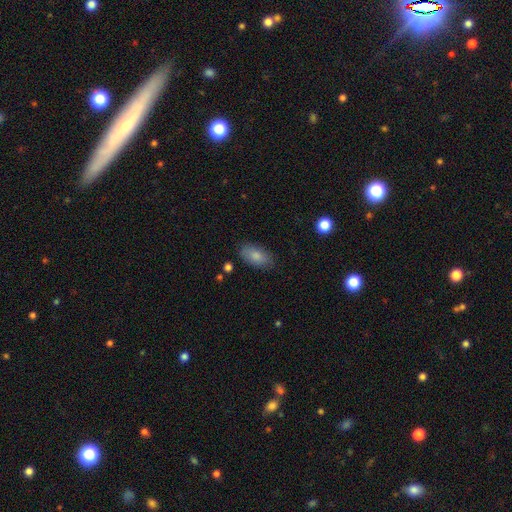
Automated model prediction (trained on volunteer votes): smooth_or_featured: smooth (p=0.83) [alt: featured or disk p=0.10]
how_rounded: in between (p=0.92) [alt: cigar-shaped p=0.04]
merging: none (p=0.83) [alt: minor disturbance p=0.13]